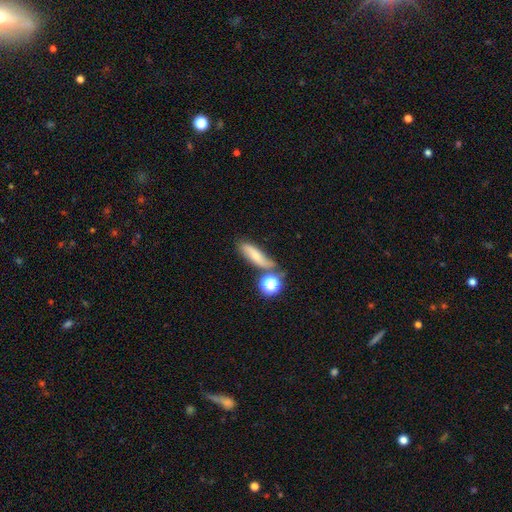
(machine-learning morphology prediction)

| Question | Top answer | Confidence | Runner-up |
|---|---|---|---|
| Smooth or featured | smooth | 58% | featured or disk (30%) |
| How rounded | cigar-shaped | 50% | in between (42%) |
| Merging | none | 56% | minor disturbance (22%) |